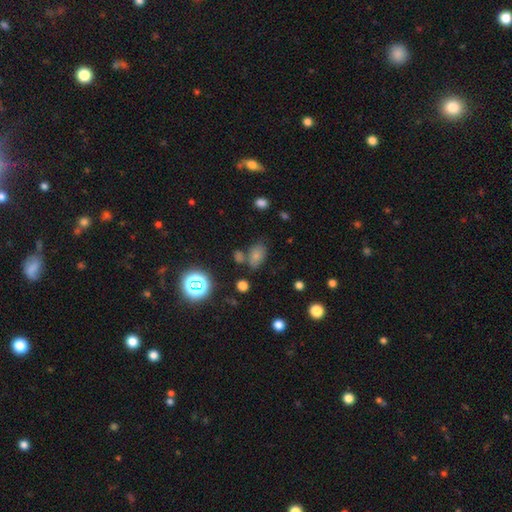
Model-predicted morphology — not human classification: smooth 71%, star or artifact 19%, featured or disk 11%. Down the decision tree: how rounded — in between (85%); merging — none (60%).